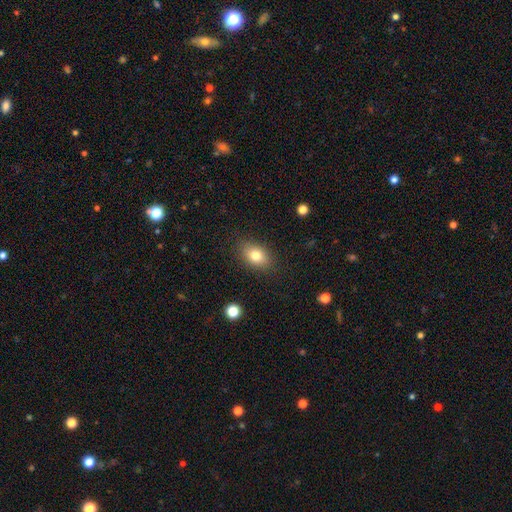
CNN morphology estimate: type=smooth (79%); roundness=in between (83%); merging=none (85%).